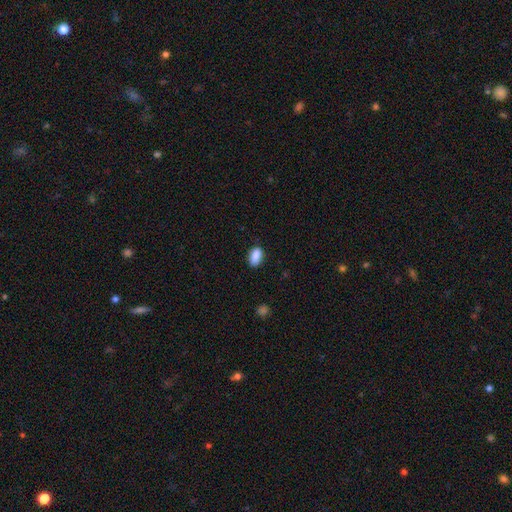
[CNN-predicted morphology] This appears to be a smooth galaxy with no disk features (89%) that is in between round and cigar-shaped (91%). Merging: none (84%).